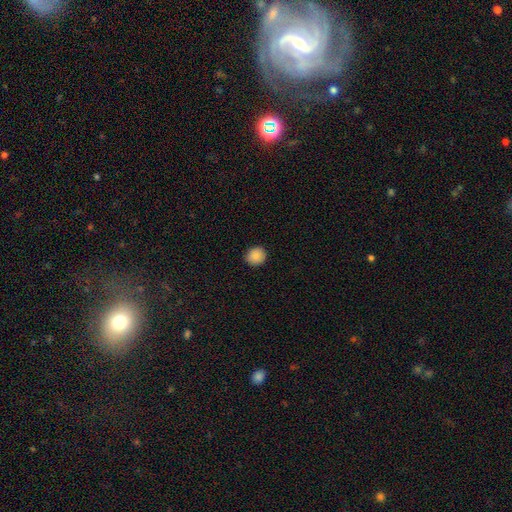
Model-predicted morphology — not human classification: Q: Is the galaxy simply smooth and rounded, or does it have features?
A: smooth — 88%.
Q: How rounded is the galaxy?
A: round — 84%.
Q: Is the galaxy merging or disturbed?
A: none — 90%.